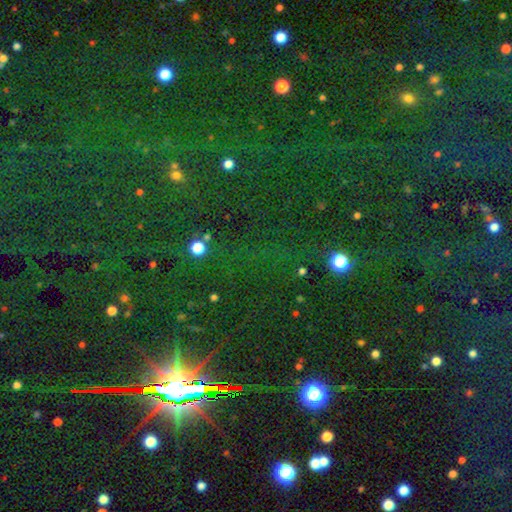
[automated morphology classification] type=star or artifact (83%).